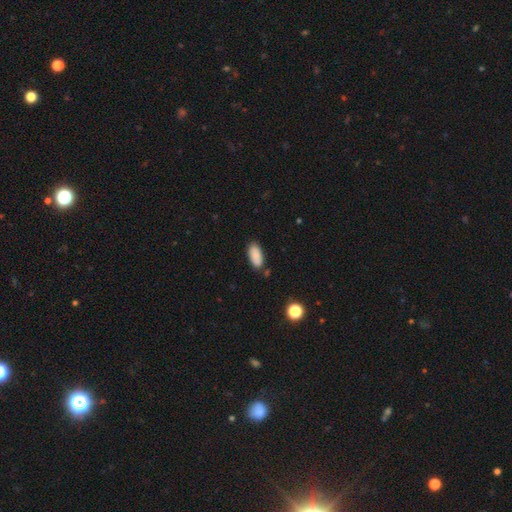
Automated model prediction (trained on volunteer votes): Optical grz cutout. It shows a smooth galaxy with no disk features (87%) that is in between round and cigar-shaped (88%). Merging: none (79%).